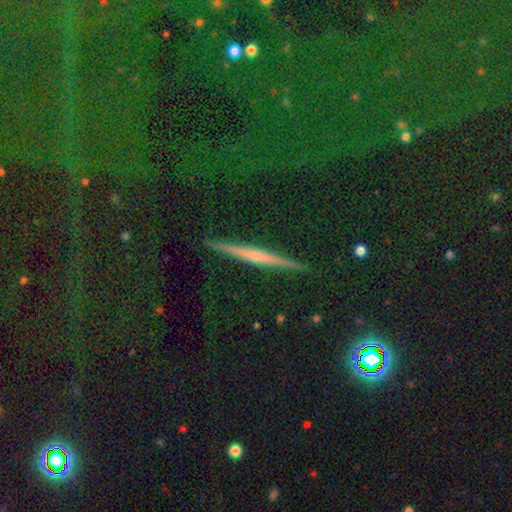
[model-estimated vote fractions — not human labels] This is possibly a featured or disk galaxy (58%). It is clearly viewed edge-on (96%). Edge-on bulge: possibly none (45%). Merging: clearly none (91%).